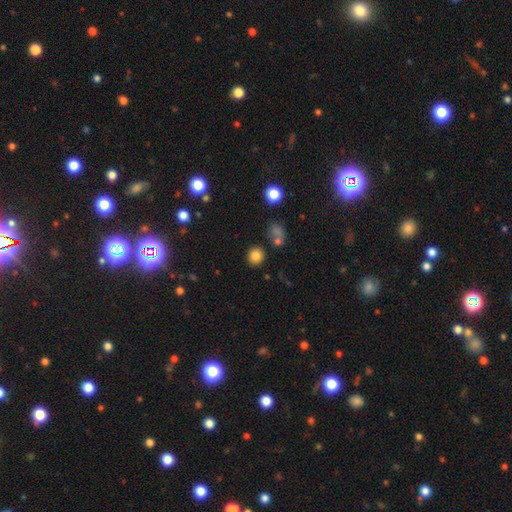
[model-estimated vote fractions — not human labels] Smooth or featured?
  - smooth: 81% *
  - star or artifact: 12%
  - featured or disk: 6%
How rounded?
  - round: 86% *
  - in between: 13%
  - cigar-shaped: 1%
Merging?
  - none: 84% *
  - minor disturbance: 7%
  - merger: 6%
  - major disturbance: 3%